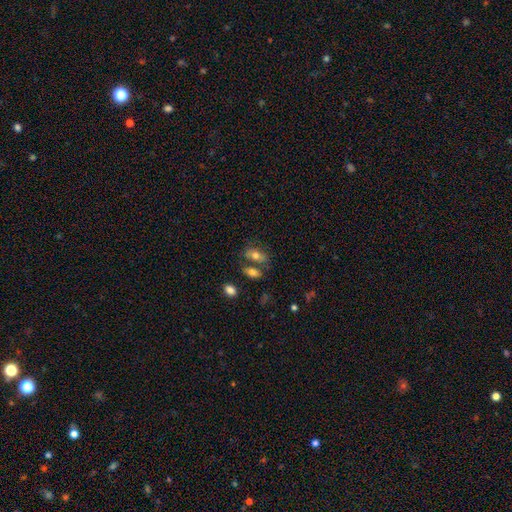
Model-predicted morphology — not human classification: The model was most divided on "merging": none: 56%, merger: 25%, minor disturbance: 14%, major disturbance: 5%. More confident: how rounded — in between (85%); smooth or featured — smooth (72%).